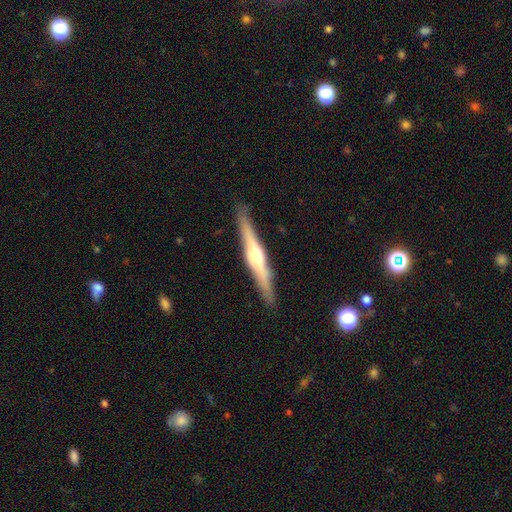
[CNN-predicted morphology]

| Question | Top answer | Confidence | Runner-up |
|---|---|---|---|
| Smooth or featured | featured or disk | 72% | smooth (22%) |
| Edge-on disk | yes | 97% | no (3%) |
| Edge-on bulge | rounded | 81% | boxy (12%) |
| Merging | none | 90% | minor disturbance (7%) |